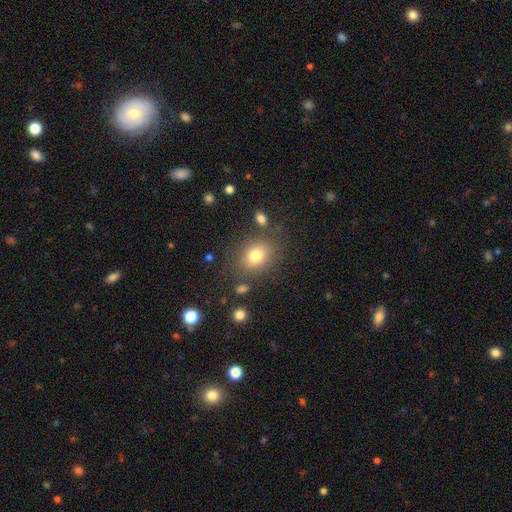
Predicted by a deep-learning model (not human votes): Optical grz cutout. It shows a smooth galaxy with no disk features (78%) that is round (53%). Merging: none (77%).